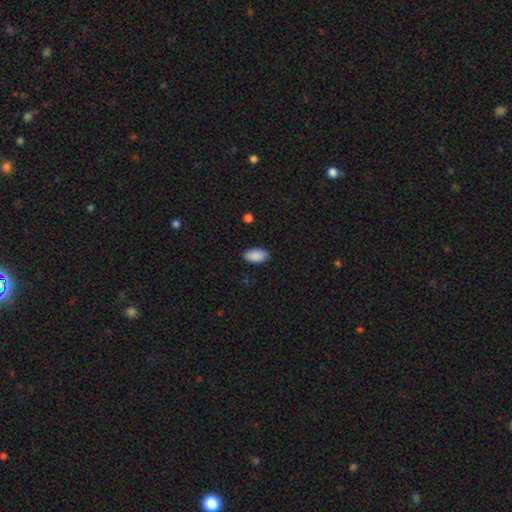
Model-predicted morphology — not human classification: Overall: smooth (89%). How rounded: in between (94%). Merging: none (88%).